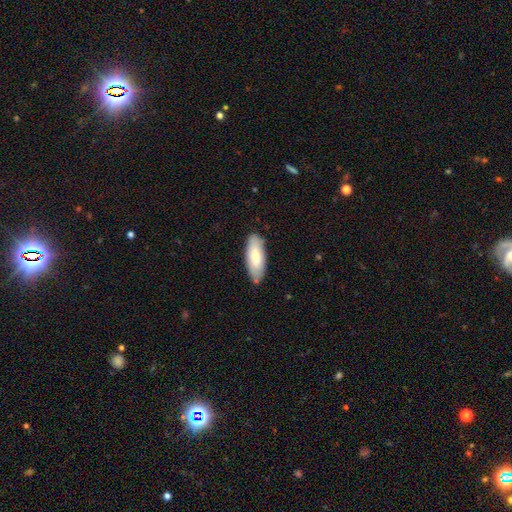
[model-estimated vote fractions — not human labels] smooth_or_featured: smooth (p=0.76) [alt: featured or disk p=0.19]
how_rounded: in between (p=0.74) [alt: cigar-shaped p=0.25]
merging: none (p=0.82) [alt: minor disturbance p=0.14]